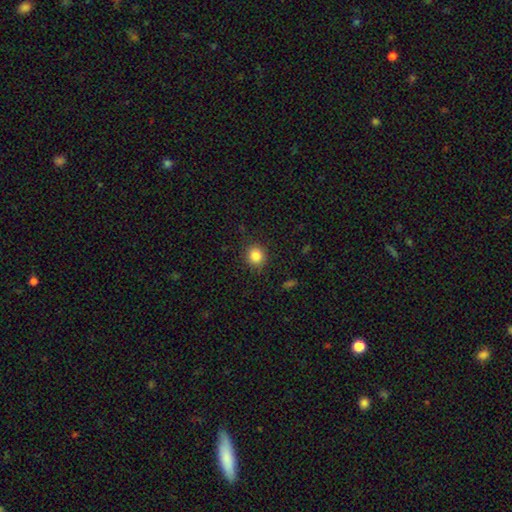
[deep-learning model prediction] Smooth or featured? Predicted: smooth (p=0.85). How rounded? Predicted: round (p=0.89). Merging? Predicted: none (p=0.89).